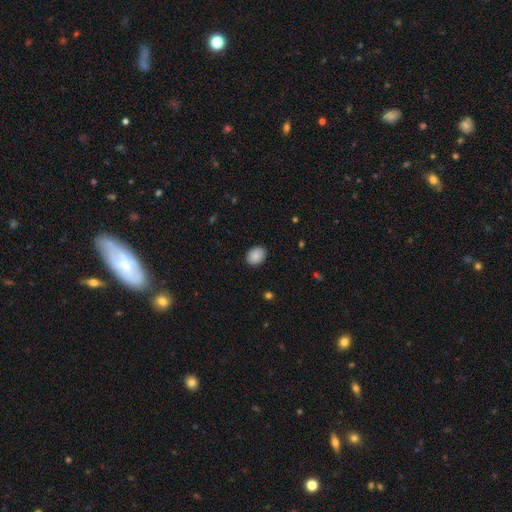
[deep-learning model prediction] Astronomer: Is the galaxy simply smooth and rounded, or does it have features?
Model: smooth — 89%.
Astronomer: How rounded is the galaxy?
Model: in between — 64%.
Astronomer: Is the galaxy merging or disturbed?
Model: none — 90%.